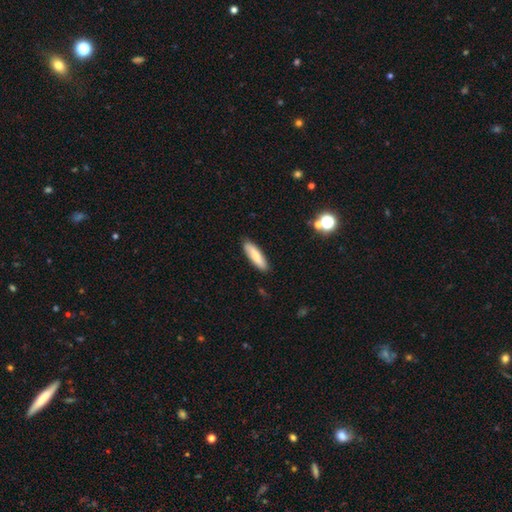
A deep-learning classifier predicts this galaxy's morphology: Smooth or featured? Predicted: smooth (p=0.74). How rounded? Predicted: cigar-shaped (p=0.64). Merging? Predicted: none (p=0.88).